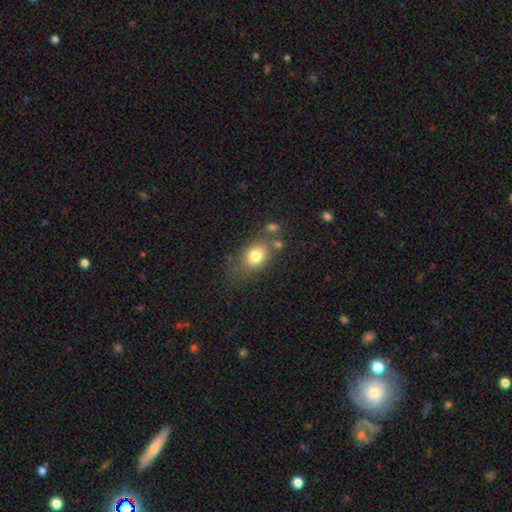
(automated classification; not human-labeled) This is likely a smooth galaxy (78%). How rounded: likely in between (65%). Merging: likely none (62%).